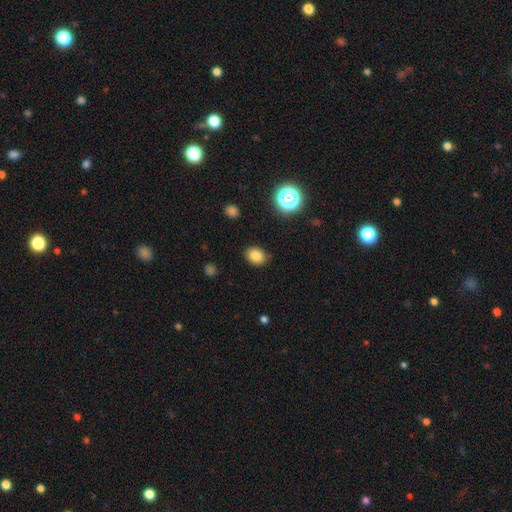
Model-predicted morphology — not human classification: Smooth or featured: smooth — 82% (star or artifact — 12%)
How rounded: in between — 57% (round — 43%)
Merging: none — 84% (minor disturbance — 12%)